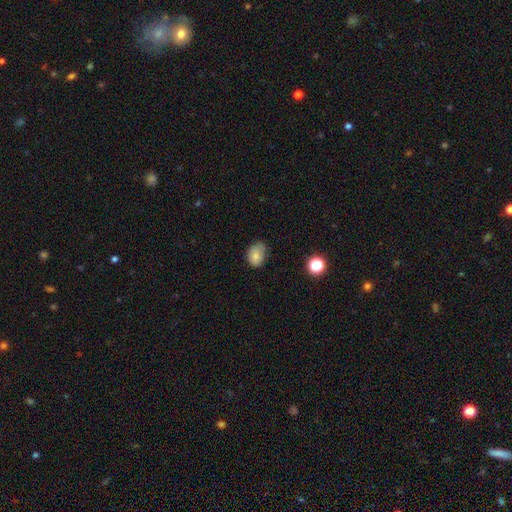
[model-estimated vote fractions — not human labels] A smooth galaxy with no disk features (78%) that is in between round and cigar-shaped (66%).

Vote fractions:
- Smooth or featured? smooth: 78% / featured or disk: 12% / star or artifact: 10%
- How rounded? in between: 66% / round: 33% / cigar-shaped: 1%
- Merging? none: 57% / minor disturbance: 34% / major disturbance: 8% / merger: 2%